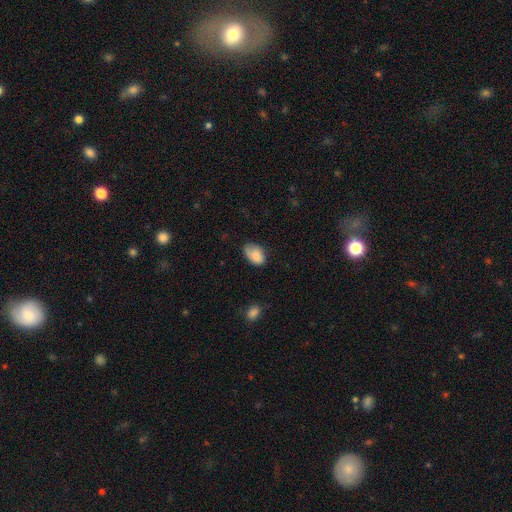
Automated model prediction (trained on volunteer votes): A smooth galaxy with no disk features (83%) that is in between round and cigar-shaped (87%).

Vote fractions:
- Smooth or featured? smooth: 83% / featured or disk: 9% / star or artifact: 8%
- How rounded? in between: 87% / round: 12% / cigar-shaped: 1%
- Merging? none: 52% / minor disturbance: 37% / major disturbance: 9% / merger: 2%